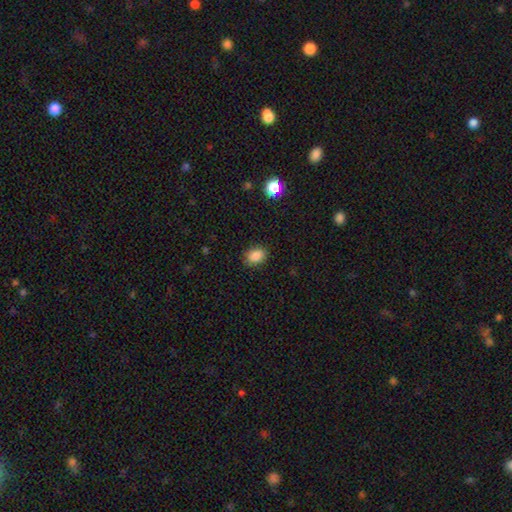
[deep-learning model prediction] Overall: smooth (86%). How rounded: in between (72%). Merging: none (87%).